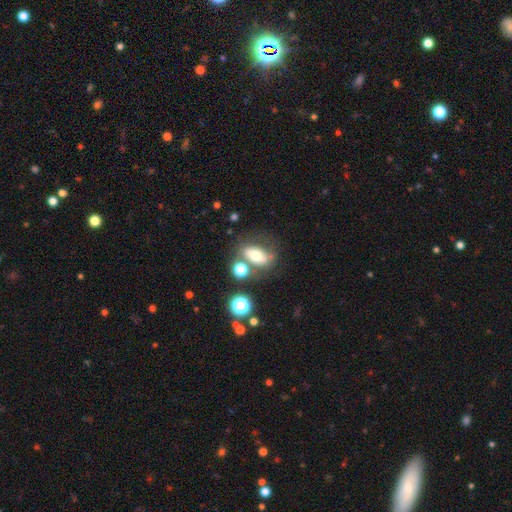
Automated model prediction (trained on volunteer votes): The model was most divided on "smooth or featured": smooth: 57%, featured or disk: 30%, star or artifact: 13%. More confident: how rounded — in between (77%); merging — none (52%).